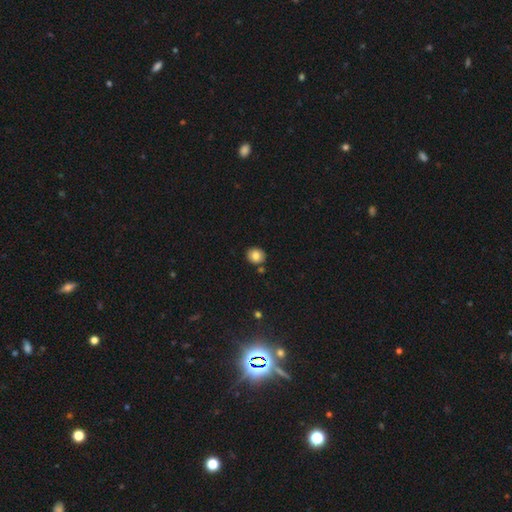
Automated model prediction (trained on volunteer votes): This is clearly a smooth galaxy (81%). How rounded: likely round (74%). Merging: clearly none (84%).